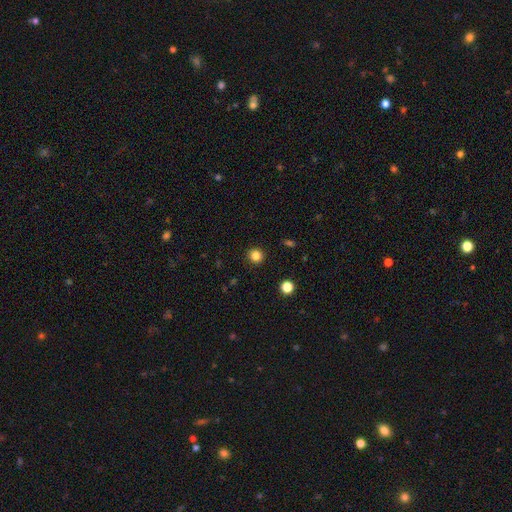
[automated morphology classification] smooth 83%, star or artifact 13%, featured or disk 4%. Down the decision tree: how rounded — round (94%); merging — none (93%).